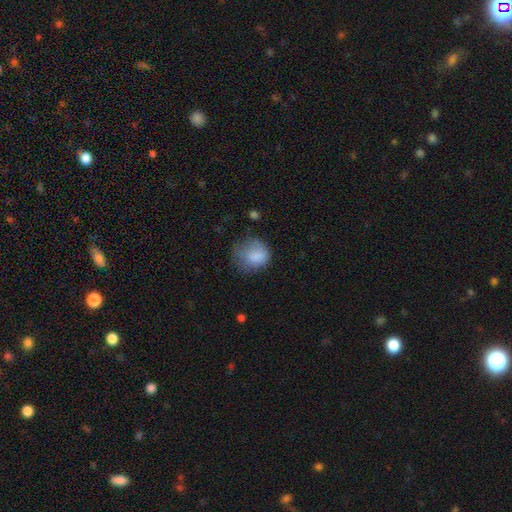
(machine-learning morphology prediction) type=smooth (78%); roundness=round (66%); merging=none (40%).